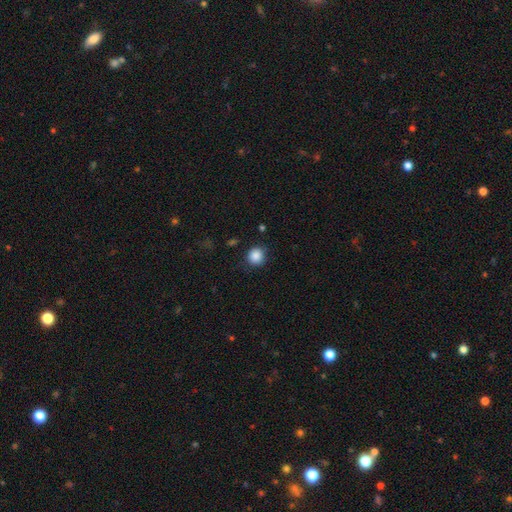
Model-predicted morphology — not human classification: A smooth galaxy with no disk features (87%) that is round (90%). Merging: none (85%).